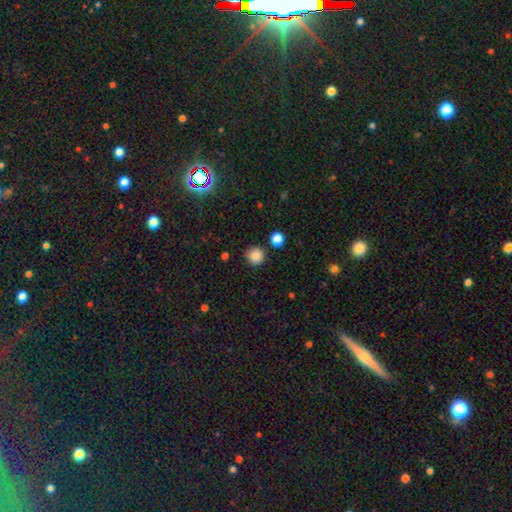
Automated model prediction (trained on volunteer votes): smooth 86%, star or artifact 11%, featured or disk 4%. Down the decision tree: how rounded — round (93%); merging — none (85%).